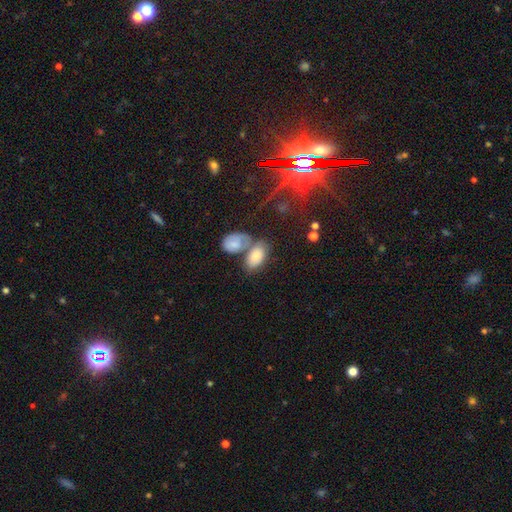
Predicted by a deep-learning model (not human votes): A smooth galaxy with no disk features (71%) that is in between round and cigar-shaped (91%). Merging: merger (43%).